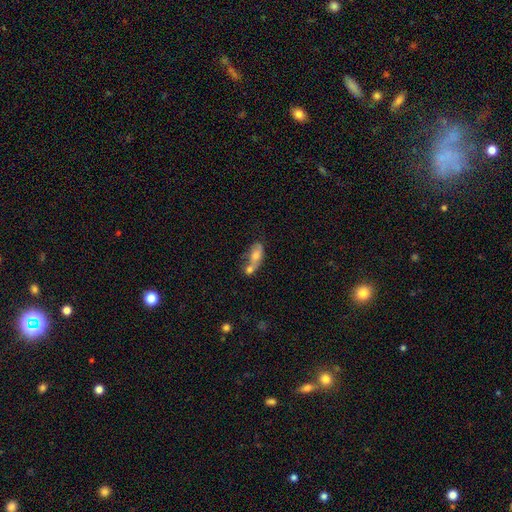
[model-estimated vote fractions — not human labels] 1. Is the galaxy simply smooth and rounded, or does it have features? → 66% smooth, 26% featured or disk, 8% star or artifact.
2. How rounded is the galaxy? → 80% in between, 13% cigar-shaped, 7% round.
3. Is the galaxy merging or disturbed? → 55% merger, 23% none, 13% minor disturbance, 9% major disturbance.